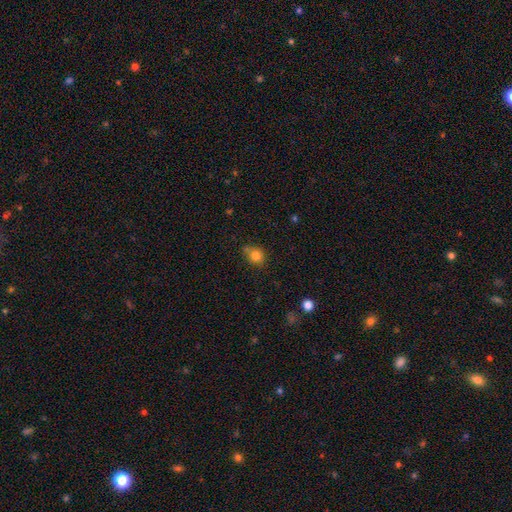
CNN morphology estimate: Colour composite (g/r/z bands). It shows a smooth galaxy with no disk features (81%) that is round (73%). Merging: none (62%).